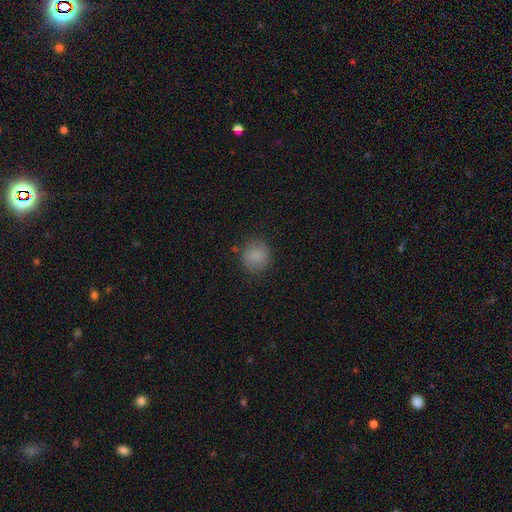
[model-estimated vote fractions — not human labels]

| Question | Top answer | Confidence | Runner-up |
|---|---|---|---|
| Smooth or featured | smooth | 85% | star or artifact (10%) |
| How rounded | round | 83% | in between (16%) |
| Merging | none | 82% | minor disturbance (12%) |